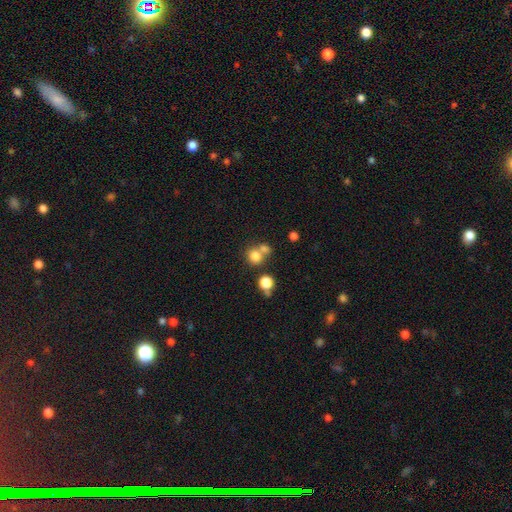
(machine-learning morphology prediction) Smooth or featured? smooth (77%)
How rounded? round (82%)
Merging? none (49%)